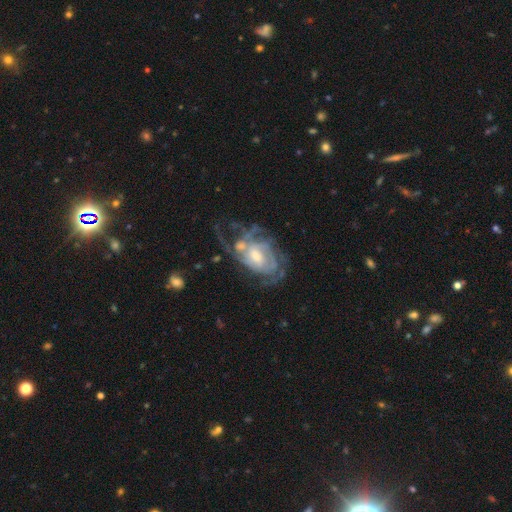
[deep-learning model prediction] Smooth or featured? Predicted: featured or disk (p=0.85). Edge-on disk? Predicted: no (p=0.97). Bar? Predicted: no (p=0.50). Spiral arms? Predicted: yes (p=0.90). Spiral winding? Predicted: tight (p=0.53). Spiral arm count? Predicted: can't tell (p=0.43). Bulge size? Predicted: moderate (p=0.57). Merging? Predicted: none (p=0.41).